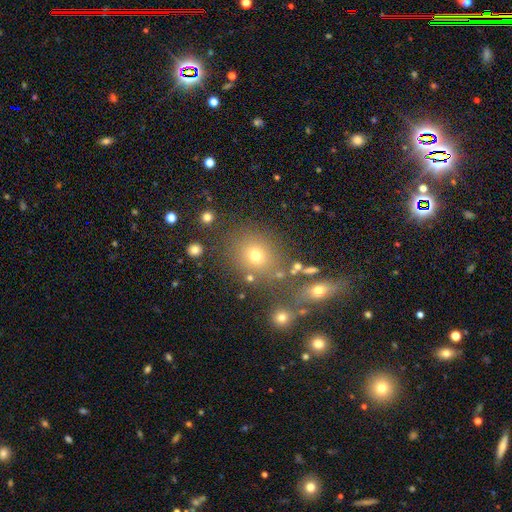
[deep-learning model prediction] Smooth or featured? Predicted: smooth (p=0.69). How rounded? Predicted: round (p=0.72). Merging? Predicted: none (p=0.72).